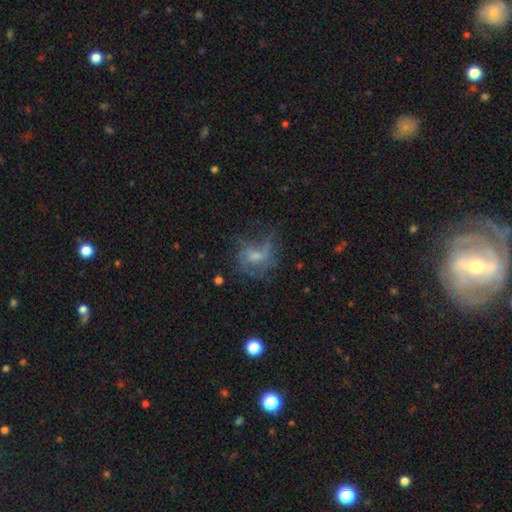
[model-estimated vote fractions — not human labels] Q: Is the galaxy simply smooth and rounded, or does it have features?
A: featured or disk — 64%.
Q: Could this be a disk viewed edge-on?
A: no — 97%.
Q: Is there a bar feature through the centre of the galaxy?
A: no — 51%.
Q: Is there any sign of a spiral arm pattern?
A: yes — 76%.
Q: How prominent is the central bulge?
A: small — 35%.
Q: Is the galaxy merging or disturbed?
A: none — 44%.